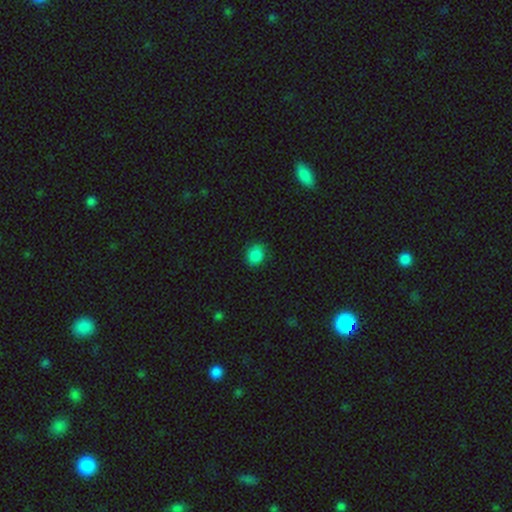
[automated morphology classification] smooth 86%, star or artifact 11%, featured or disk 4%. Down the decision tree: how rounded — round (59%); merging — none (84%).